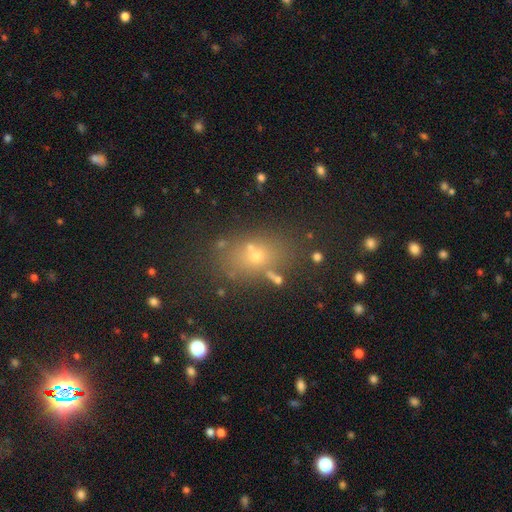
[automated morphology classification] Overall: smooth (58%; star or artifact 24%). How rounded: in between (67%; round 31%). Merging: none (67%).